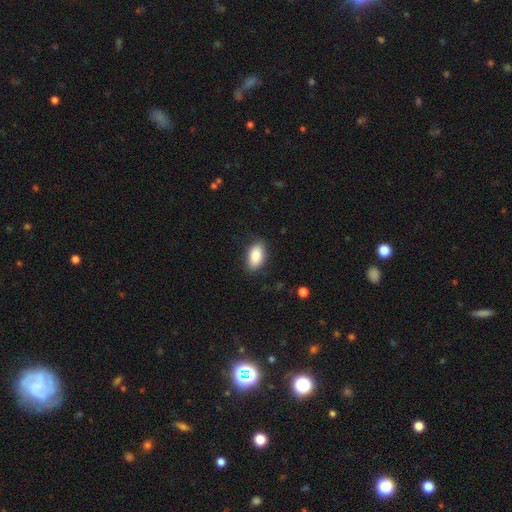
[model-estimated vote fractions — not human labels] Morphology: type=smooth (87%); roundness=in between (92%); merging=none (84%).